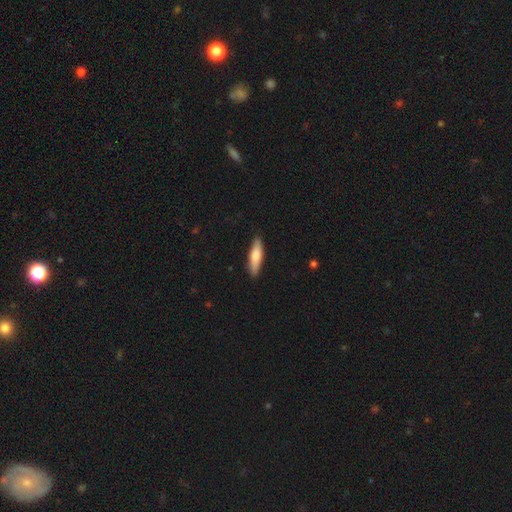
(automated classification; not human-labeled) Smooth or featured?
  - smooth: 69% *
  - featured or disk: 26%
  - star or artifact: 5%
How rounded?
  - cigar-shaped: 73% *
  - in between: 26%
  - round: 2%
Merging?
  - none: 88% *
  - minor disturbance: 9%
  - major disturbance: 2%
  - merger: 1%